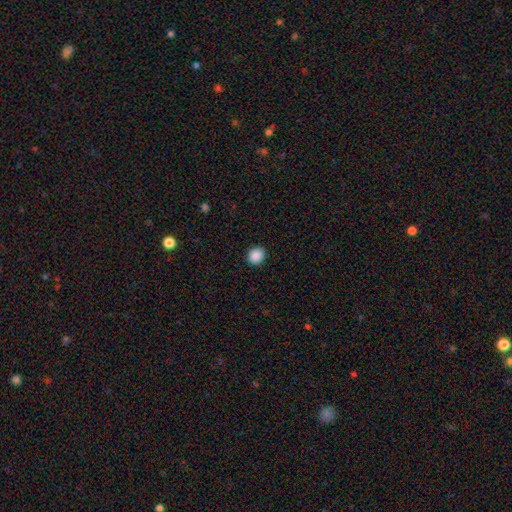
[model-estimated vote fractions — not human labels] Morphology: type=smooth (89%); roundness=round (76%); merging=none (91%).